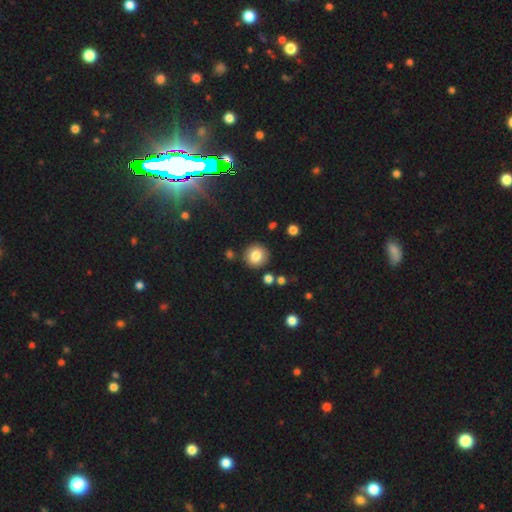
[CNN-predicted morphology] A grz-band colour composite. It shows a smooth galaxy with no disk features (82%) that is round (92%). Merging: none (87%).